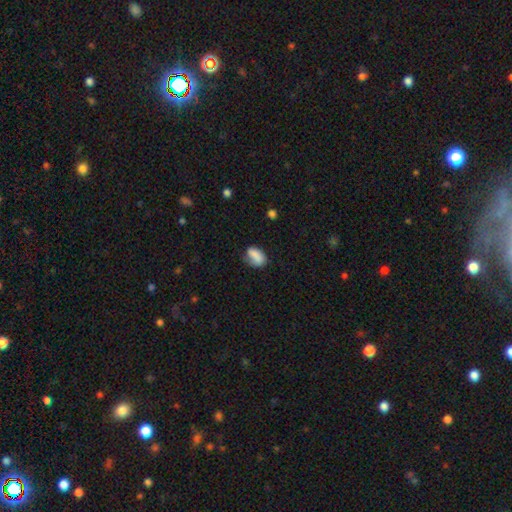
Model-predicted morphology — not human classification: This appears to be a smooth galaxy with no disk features (77%) that is in between round and cigar-shaped (86%). Merging: none (47%).